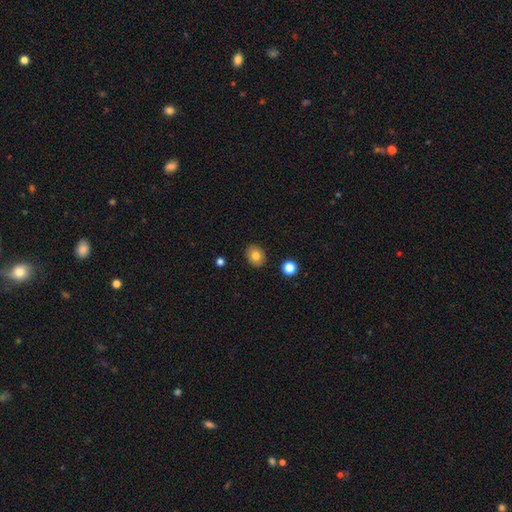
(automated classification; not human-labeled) Overall: smooth (80%). How rounded: round (56%; in between 43%). Merging: none (89%).